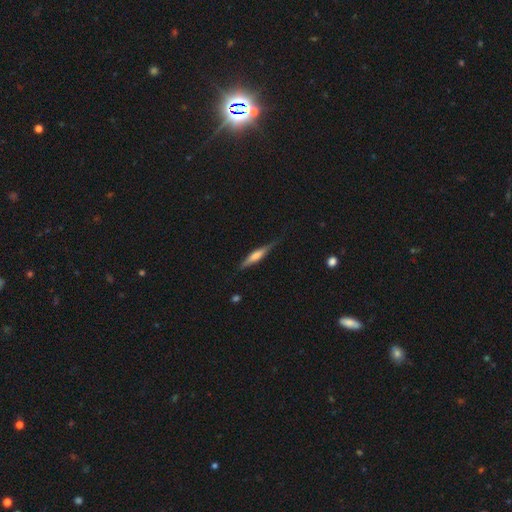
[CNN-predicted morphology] smooth-or-featured: featured or disk: 53% | smooth: 41% | star or artifact: 6%
  disk-edge-on: yes: 95% | no: 5%
    edge-on-bulge: rounded: 60% | boxy: 25% | none: 15%
  merging: none: 80% | minor disturbance: 16% | major disturbance: 3% | merger: 1%